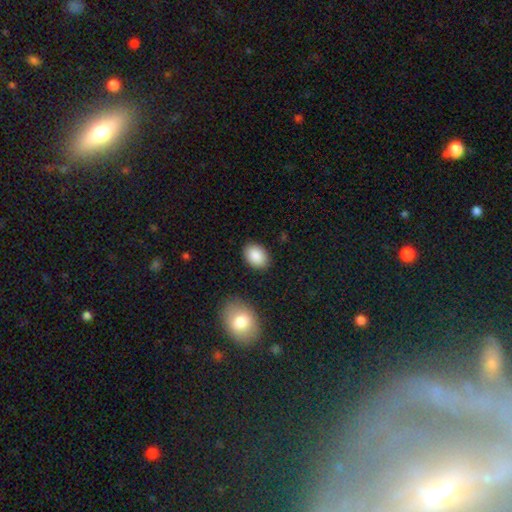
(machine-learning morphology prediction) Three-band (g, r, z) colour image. It shows a smooth galaxy with no disk features (88%) that is in between round and cigar-shaped (80%). Merging: none (86%).